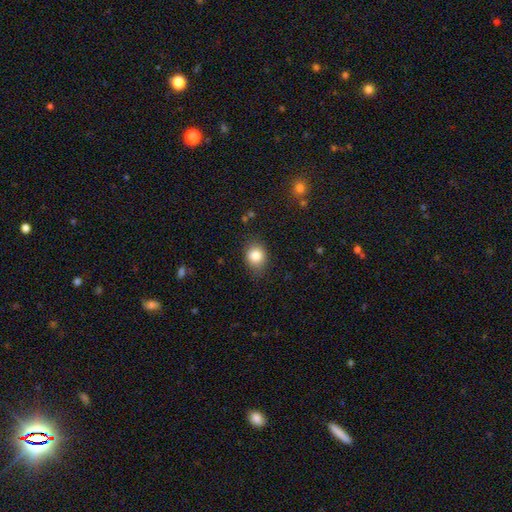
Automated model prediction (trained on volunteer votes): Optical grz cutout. It shows a smooth galaxy with no disk features (83%) that is round (57%). Merging: none (80%).